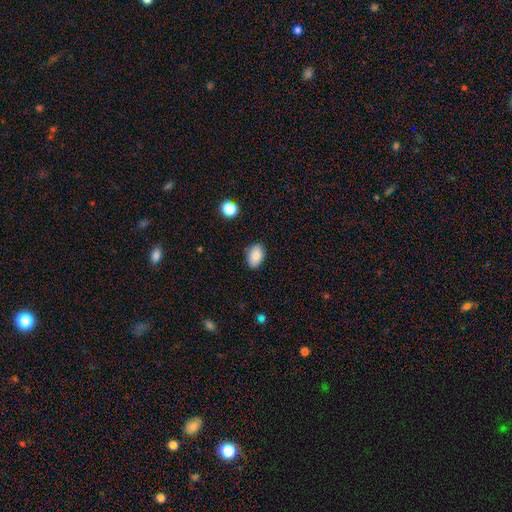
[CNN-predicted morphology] Q: Smooth or featured?
A: smooth (87%); runner-up: star or artifact (8%)
Q: How rounded?
A: in between (87%); runner-up: round (12%)
Q: Merging?
A: none (85%); runner-up: minor disturbance (11%)